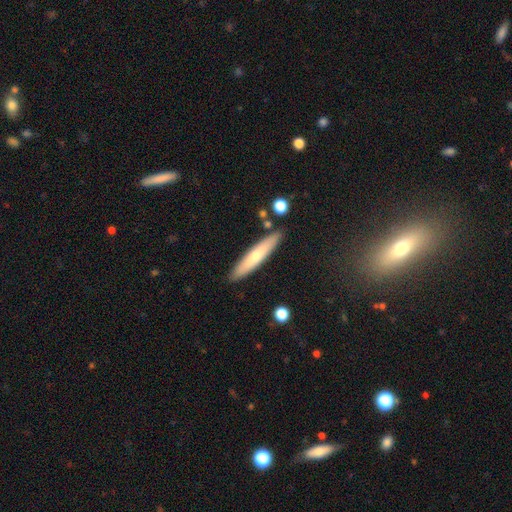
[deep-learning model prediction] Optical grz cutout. It shows a smooth galaxy with no disk features (60%) that is cigar-shaped (89%). Merging: none (87%).